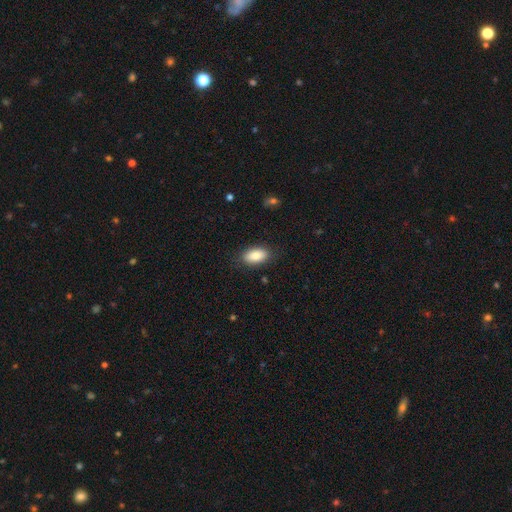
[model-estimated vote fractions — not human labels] This is clearly a smooth galaxy (84%). How rounded: clearly in between (92%). Merging: clearly none (85%).